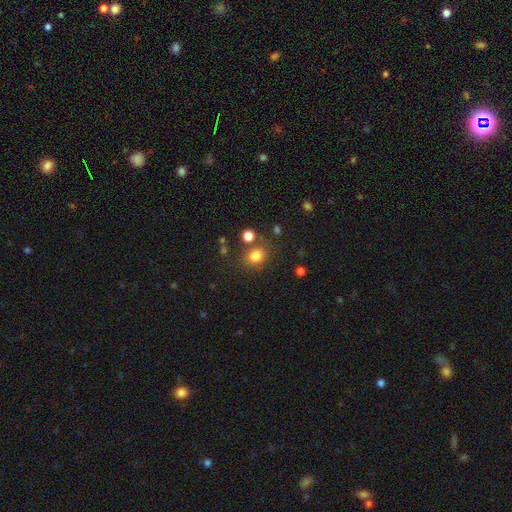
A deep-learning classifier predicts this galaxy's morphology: Smooth or featured?
  - smooth: 81% *
  - star or artifact: 13%
  - featured or disk: 6%
How rounded?
  - round: 57% *
  - in between: 42%
  - cigar-shaped: 1%
Merging?
  - none: 71% *
  - minor disturbance: 12%
  - merger: 11%
  - major disturbance: 5%